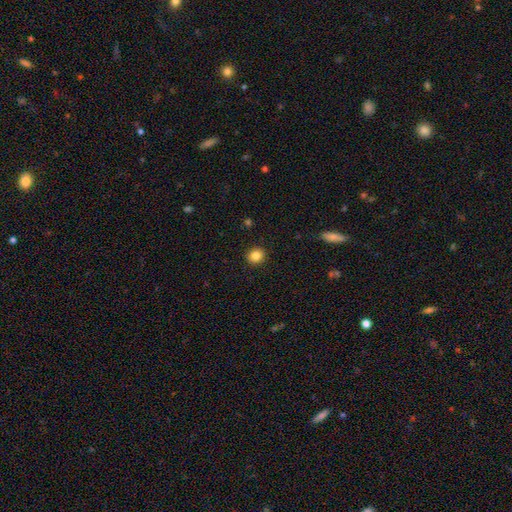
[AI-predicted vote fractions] Smooth or featured: smooth — 85% (star or artifact — 11%)
How rounded: round — 82% (in between — 17%)
Merging: none — 91% (minor disturbance — 6%)